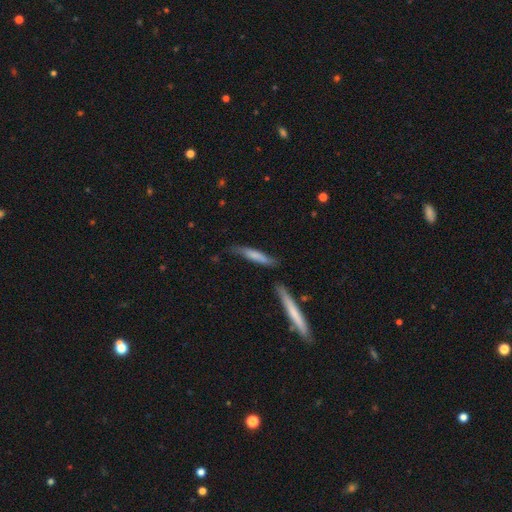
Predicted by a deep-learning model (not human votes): The model was most divided on "smooth or featured": smooth: 64%, featured or disk: 30%, star or artifact: 6%. More confident: how rounded — cigar-shaped (89%); merging — none (64%).